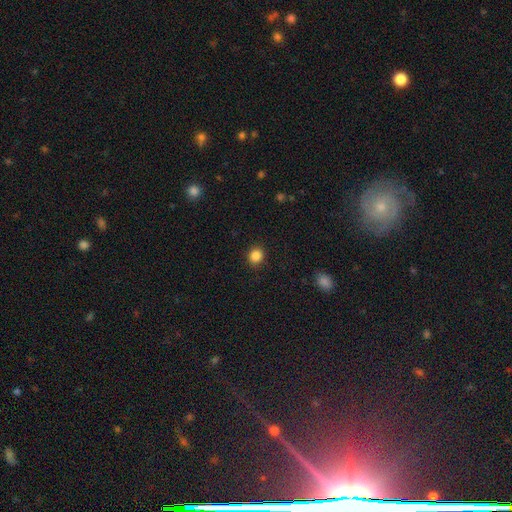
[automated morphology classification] Q: Smooth or featured?
A: smooth (86%); runner-up: star or artifact (11%)
Q: How rounded?
A: round (86%); runner-up: in between (13%)
Q: Merging?
A: none (90%); runner-up: minor disturbance (6%)